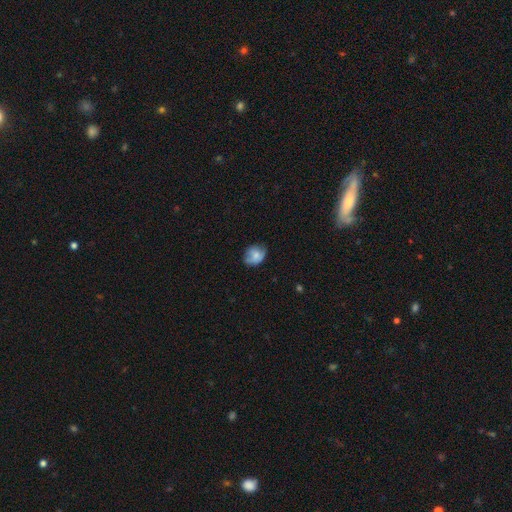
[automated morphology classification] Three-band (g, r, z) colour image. It shows a smooth galaxy with no disk features (71%) that is round (56%). Merging: none (62%).